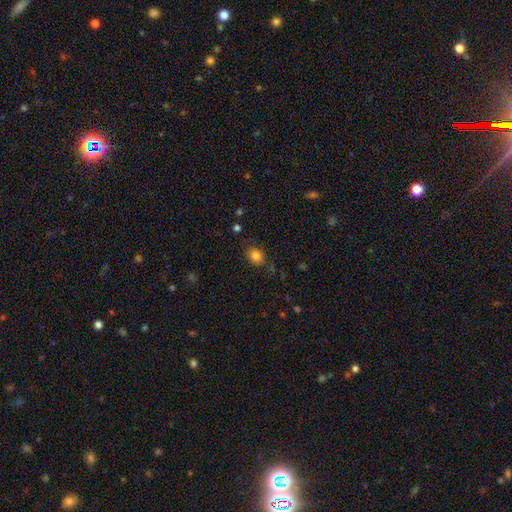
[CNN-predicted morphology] Smooth or featured? Predicted: smooth (p=0.83). How rounded? Predicted: round (p=0.60). Merging? Predicted: none (p=0.79).